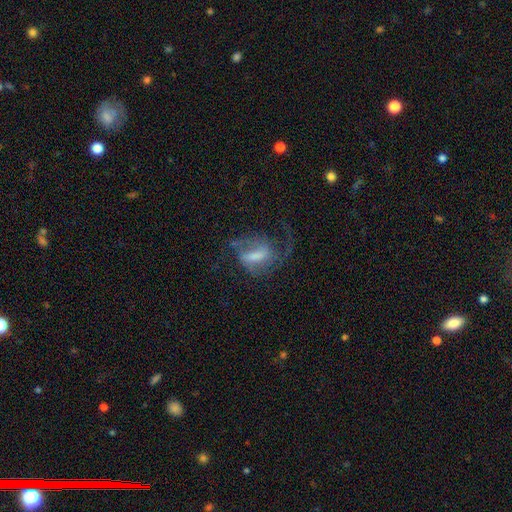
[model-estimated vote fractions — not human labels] smooth-or-featured: featured or disk: 74% | smooth: 18% | star or artifact: 8%
  disk-edge-on: no: 95% | yes: 5%
    bar: weak: 45% | strong: 38% | no: 18%
    has-spiral-arms: yes: 89% | no: 11%
      spiral-winding: medium: 44% | loose: 42% | tight: 14%
      spiral-arm-count: 2: 62% | 1: 16% | can't tell: 11% | 3: 7% | 4: 2% | more than 4: 2%
    bulge-size: moderate: 36% | small: 25% | none: 19% | large: 18% | dominant: 3%
  merging: none: 44% | major disturbance: 36% | minor disturbance: 18% | merger: 2%